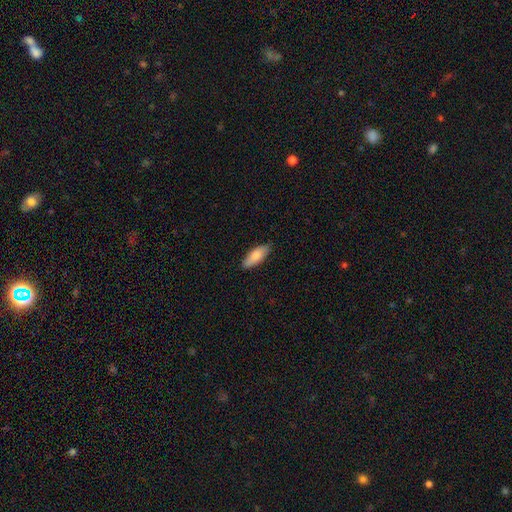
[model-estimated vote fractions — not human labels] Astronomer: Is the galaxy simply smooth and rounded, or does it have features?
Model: smooth — 81%.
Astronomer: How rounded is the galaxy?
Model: in between — 74%.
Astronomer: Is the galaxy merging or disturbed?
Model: none — 84%.